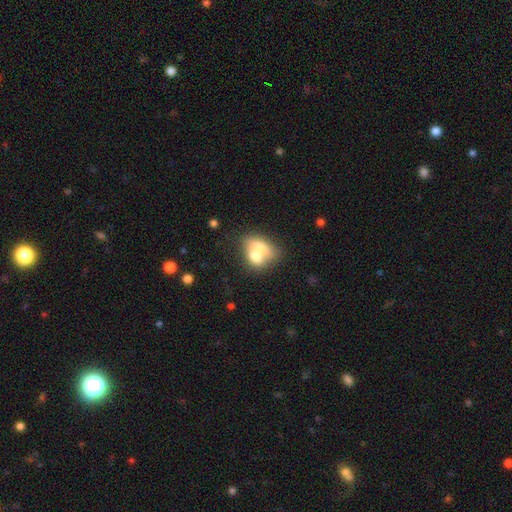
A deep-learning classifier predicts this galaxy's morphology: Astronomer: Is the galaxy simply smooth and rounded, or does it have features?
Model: smooth — 67%.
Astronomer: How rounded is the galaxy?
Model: in between — 72%.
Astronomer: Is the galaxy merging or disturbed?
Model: merger — 70%.